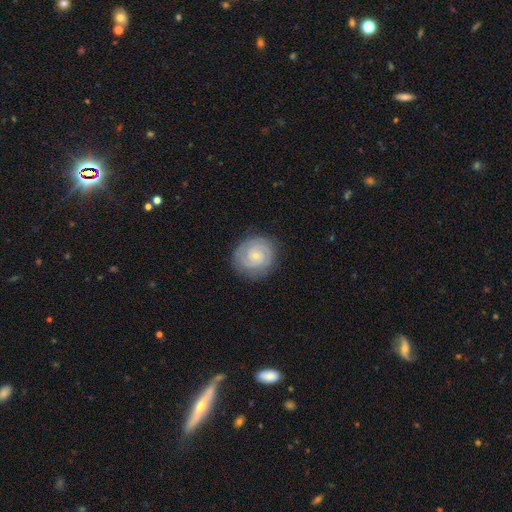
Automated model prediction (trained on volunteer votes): Smooth or featured: featured or disk — 81% (smooth — 14%)
Edge-on disk: no — 98% (yes — 2%)
Bar: no — 68% (weak — 27%)
Spiral arms: yes — 96% (no — 4%)
Spiral winding: tight — 76% (medium — 20%)
Spiral arm count: 2 — 71% (can't tell — 11%)
Bulge size: small — 78% (moderate — 17%)
Merging: none — 85% (minor disturbance — 10%)